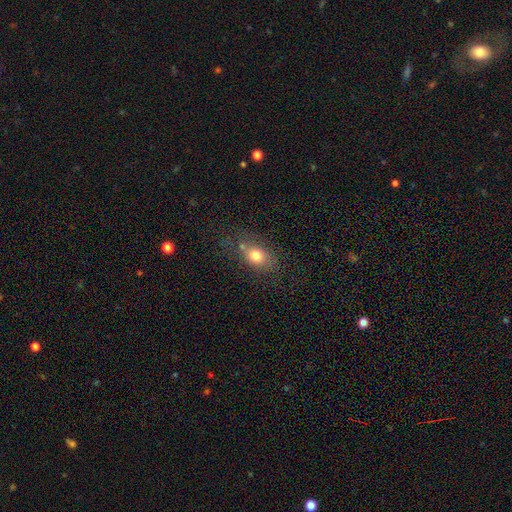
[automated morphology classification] The model was most divided on "how rounded": in between: 67%, round: 30%, cigar-shaped: 3%. More confident: smooth or featured — smooth (76%); merging — none (61%).